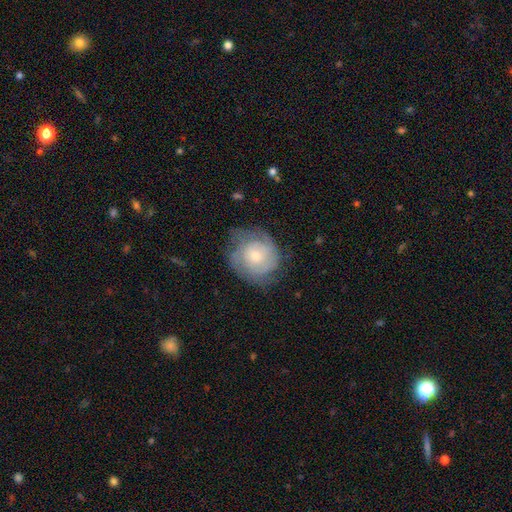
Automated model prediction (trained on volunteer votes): Smooth or featured? Predicted: featured or disk (p=0.59). Edge-on disk? Predicted: no (p=0.97). Bar? Predicted: no (p=0.82). Spiral arms? Predicted: yes (p=0.78). Bulge size? Predicted: small (p=0.56). Merging? Predicted: none (p=0.59).